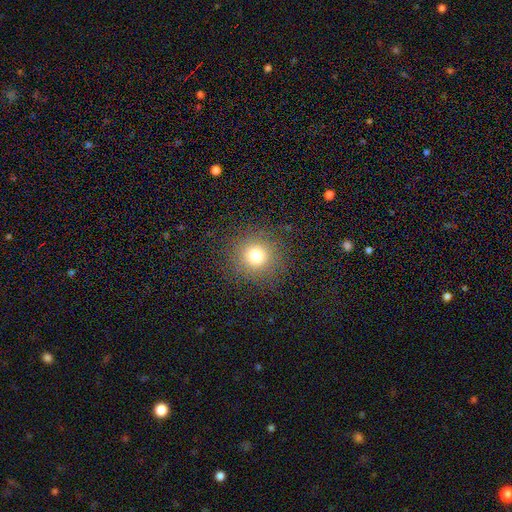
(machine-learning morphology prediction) Smooth or featured: smooth — 76% (star or artifact — 16%)
How rounded: round — 93% (in between — 6%)
Merging: none — 88% (minor disturbance — 7%)